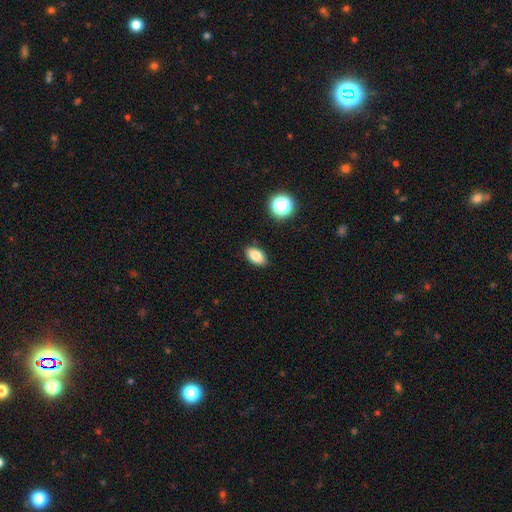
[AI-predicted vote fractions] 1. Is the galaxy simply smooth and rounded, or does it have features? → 84% smooth, 10% star or artifact, 7% featured or disk.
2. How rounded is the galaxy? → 91% in between, 7% round, 3% cigar-shaped.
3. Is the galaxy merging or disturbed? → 88% none, 9% minor disturbance, 2% major disturbance, 1% merger.